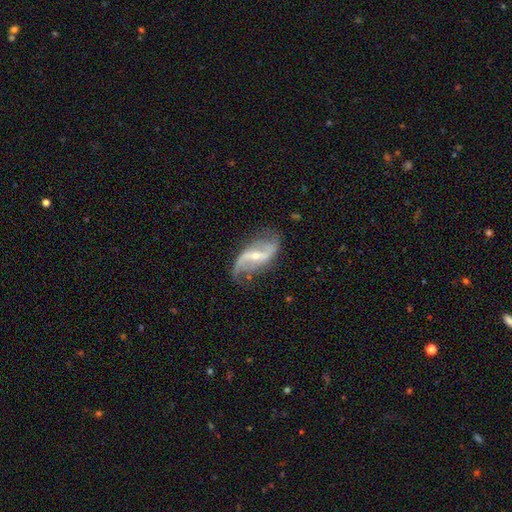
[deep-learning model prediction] Smooth or featured? Predicted: featured or disk (p=0.89). Edge-on disk? Predicted: no (p=0.95). Bar? Predicted: strong (p=0.43). Spiral arms? Predicted: yes (p=0.95). Spiral winding? Predicted: loose (p=0.80). Spiral arm count? Predicted: 2 (p=0.92). Bulge size? Predicted: small (p=0.60). Merging? Predicted: none (p=0.72).